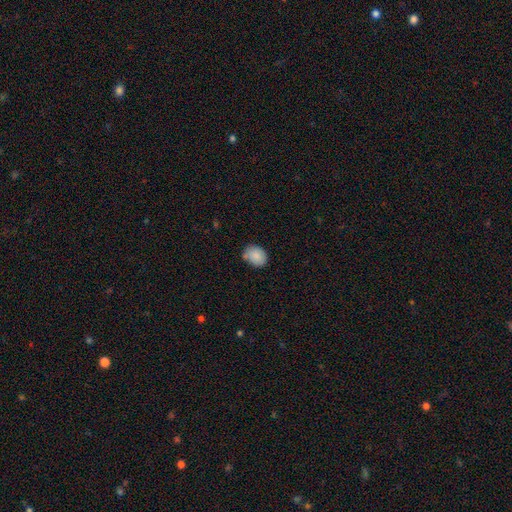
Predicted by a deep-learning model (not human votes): Smooth or featured?
  - smooth: 86% *
  - star or artifact: 8%
  - featured or disk: 6%
How rounded?
  - in between: 57% *
  - round: 42%
  - cigar-shaped: 1%
Merging?
  - none: 67% *
  - minor disturbance: 24%
  - merger: 5%
  - major disturbance: 4%